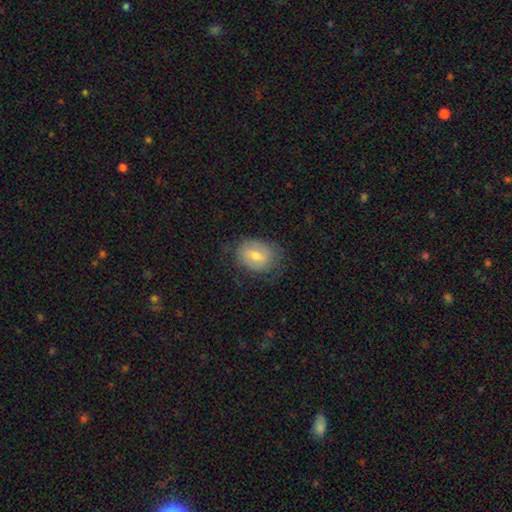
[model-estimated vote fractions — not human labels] Smooth or featured? Predicted: smooth (p=0.62). How rounded? Predicted: in between (p=0.57). Merging? Predicted: none (p=0.67).